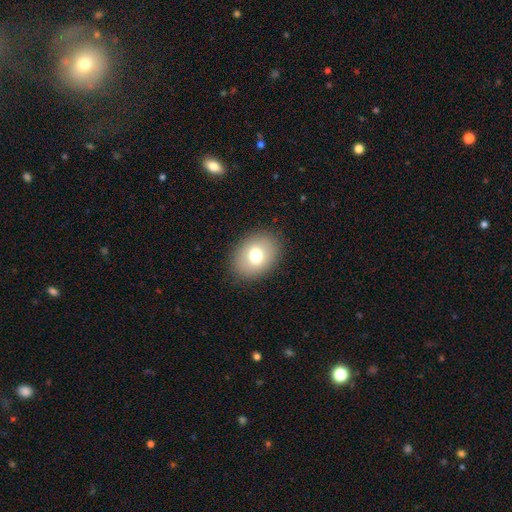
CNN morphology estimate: A smooth galaxy with no disk features (74%) that is in between round and cigar-shaped (62%). Merging: none (88%).